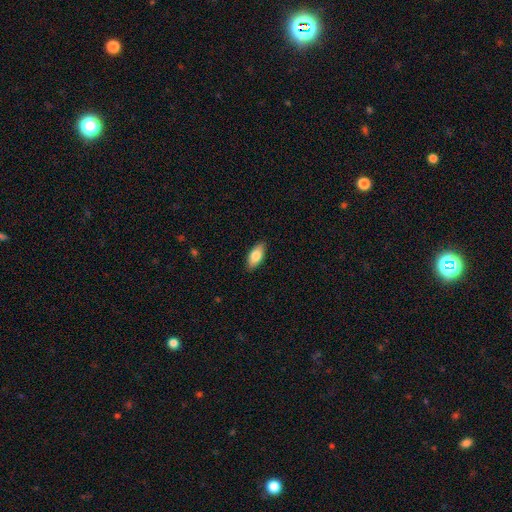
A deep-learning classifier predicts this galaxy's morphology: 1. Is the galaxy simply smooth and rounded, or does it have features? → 82% smooth, 12% featured or disk, 6% star or artifact.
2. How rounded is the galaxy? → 87% in between, 10% cigar-shaped, 3% round.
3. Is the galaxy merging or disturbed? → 88% none, 9% minor disturbance, 2% major disturbance, 1% merger.